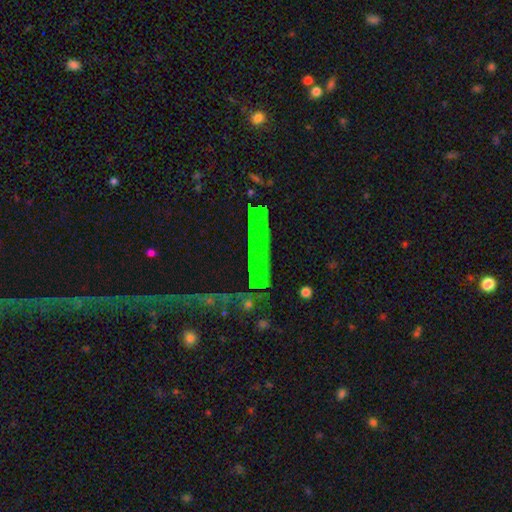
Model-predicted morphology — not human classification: This is likely a star or artifact rather than a galaxy (68%).